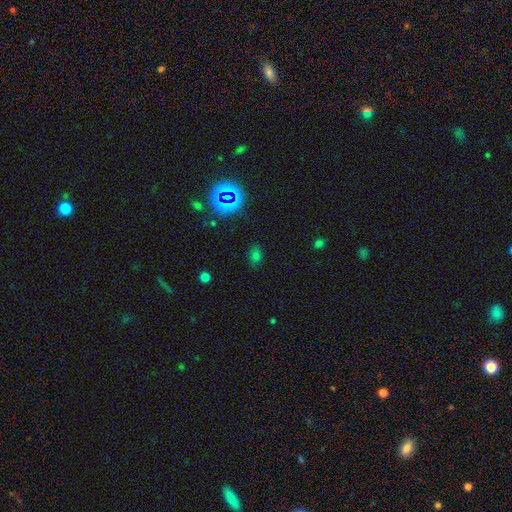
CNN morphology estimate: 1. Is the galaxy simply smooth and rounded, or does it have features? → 60% smooth, 33% star or artifact, 6% featured or disk.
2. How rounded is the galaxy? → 70% in between, 28% round, 2% cigar-shaped.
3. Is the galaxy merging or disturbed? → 81% none, 12% minor disturbance, 4% major disturbance, 2% merger.